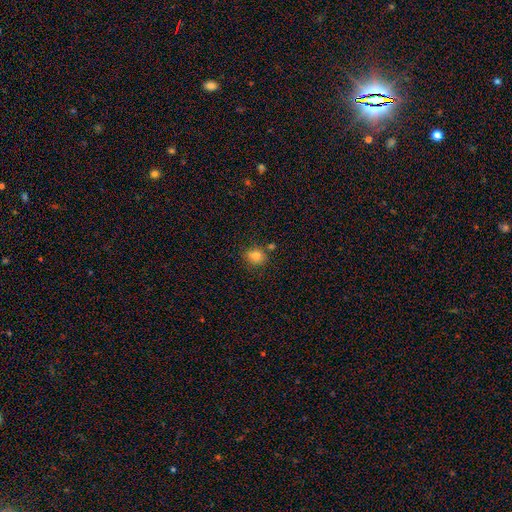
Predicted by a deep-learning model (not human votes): Q: Smooth or featured?
A: smooth (82%); runner-up: star or artifact (12%)
Q: How rounded?
A: round (76%); runner-up: in between (23%)
Q: Merging?
A: none (76%); runner-up: minor disturbance (12%)